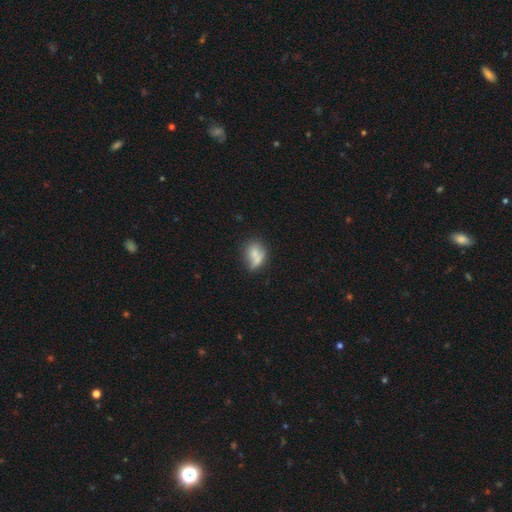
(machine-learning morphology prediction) Smooth or featured? smooth (65%)
How rounded? in between (57%)
Merging? none (36%)